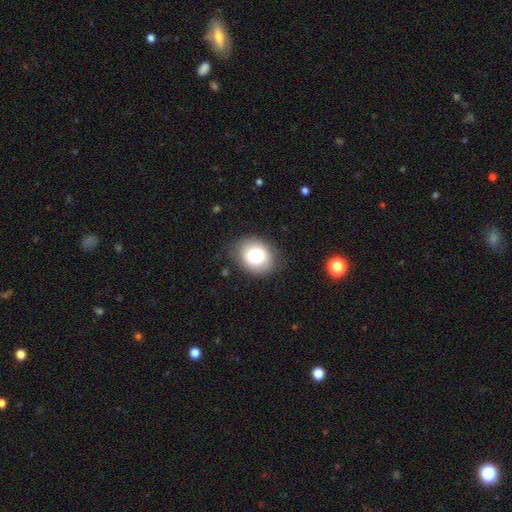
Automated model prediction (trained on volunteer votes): This appears to be a smooth galaxy with no disk features (79%) that is round (53%). Merging: none (82%).